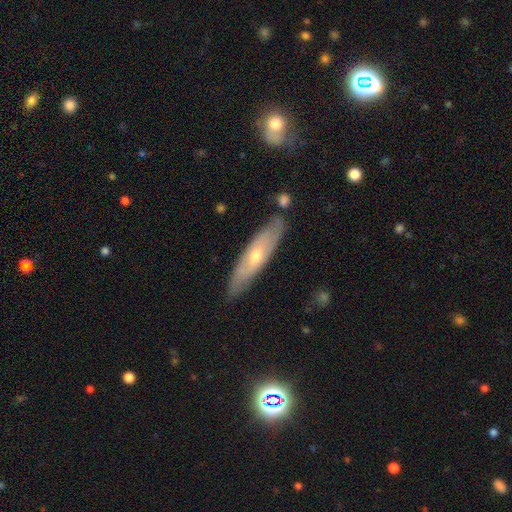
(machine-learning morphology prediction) A featured or disk galaxy (55%) viewed edge-on (53%).

Vote fractions:
- Smooth or featured? featured or disk: 55% / smooth: 38% / star or artifact: 7%
- Edge-on disk? yes: 53% / no: 47%
- Merging? none: 81% / minor disturbance: 13% / merger: 3% / major disturbance: 2%